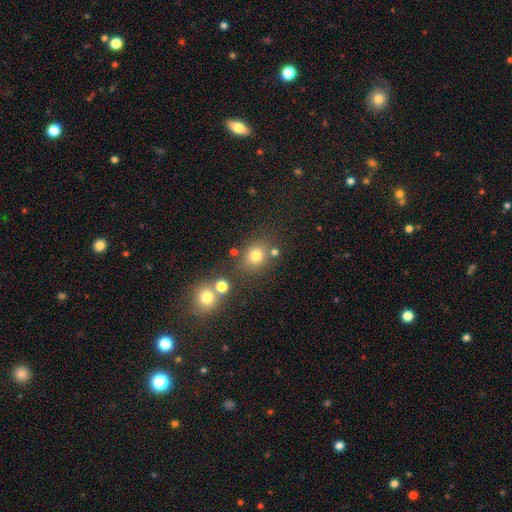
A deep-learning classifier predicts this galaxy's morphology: smooth_or_featured: smooth (p=0.75) [alt: star or artifact p=0.16]
how_rounded: round (p=0.71) [alt: in between p=0.28]
merging: none (p=0.72) [alt: minor disturbance p=0.12]